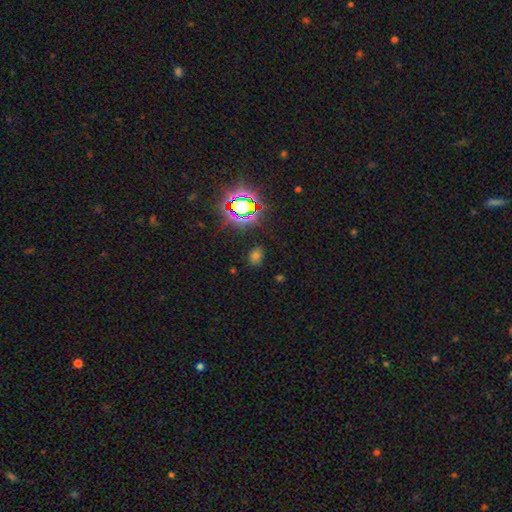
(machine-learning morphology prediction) Smooth or featured? Predicted: smooth (p=0.58). How rounded? Predicted: in between (p=0.62). Merging? Predicted: none (p=0.83).